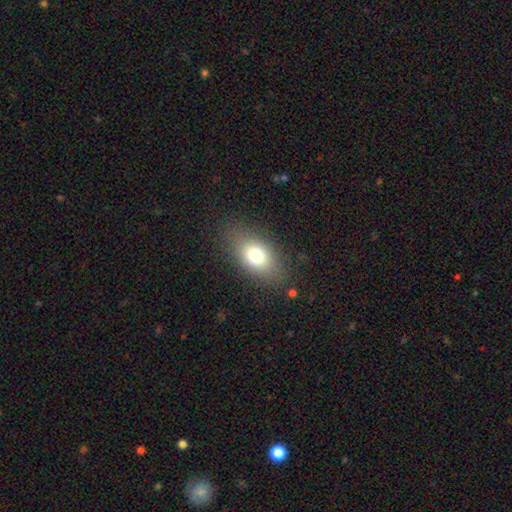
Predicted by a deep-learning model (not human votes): smooth-or-featured: smooth: 74% | featured or disk: 15% | star or artifact: 11%
  how-rounded: in between: 82% | round: 15% | cigar-shaped: 2%
  merging: none: 81% | minor disturbance: 12% | major disturbance: 6% | merger: 1%